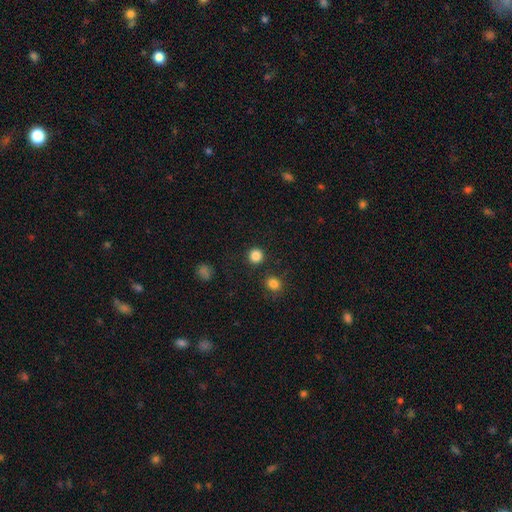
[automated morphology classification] Smooth or featured? smooth (85%)
How rounded? round (92%)
Merging? none (88%)